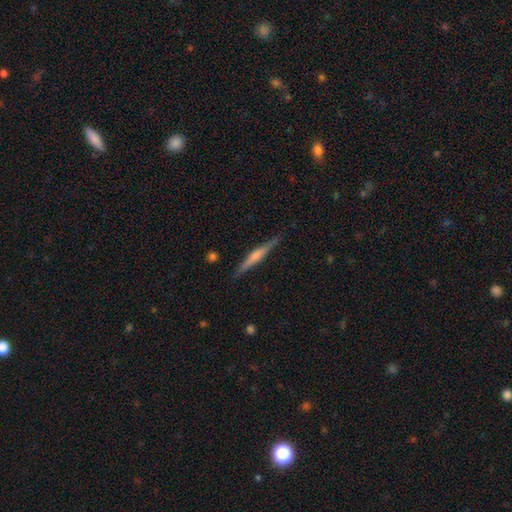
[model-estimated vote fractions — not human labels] Smooth or featured? featured or disk (70%)
Edge-on disk? yes (98%)
Edge-on bulge? rounded (70%)
Merging? none (90%)